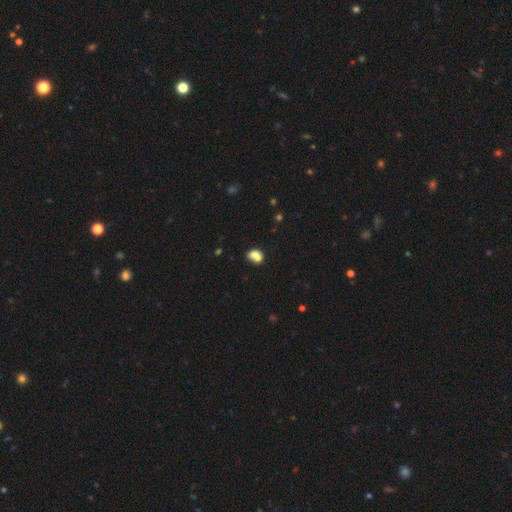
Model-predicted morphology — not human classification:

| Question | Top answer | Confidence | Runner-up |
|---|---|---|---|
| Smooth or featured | smooth | 77% | featured or disk (12%) |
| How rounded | in between | 61% | round (37%) |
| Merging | merger | 43% | none (36%) |